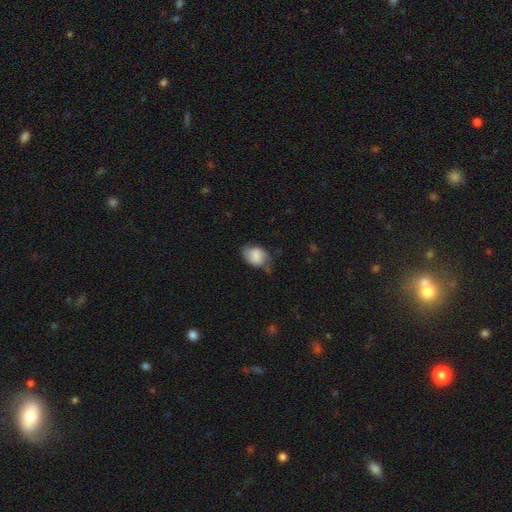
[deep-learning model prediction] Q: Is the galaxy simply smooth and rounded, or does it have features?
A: smooth — 73%.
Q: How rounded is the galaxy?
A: in between — 72%.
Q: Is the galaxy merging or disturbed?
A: none — 43%.